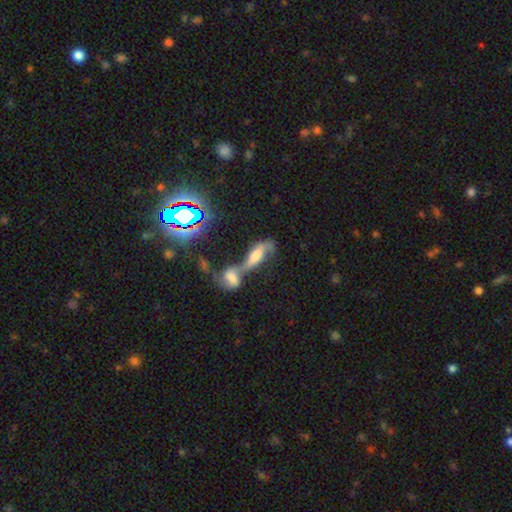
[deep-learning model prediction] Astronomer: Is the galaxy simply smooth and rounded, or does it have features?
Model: featured or disk — 48% (runner-up: smooth, 36%).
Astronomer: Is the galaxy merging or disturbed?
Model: merger — 69%.